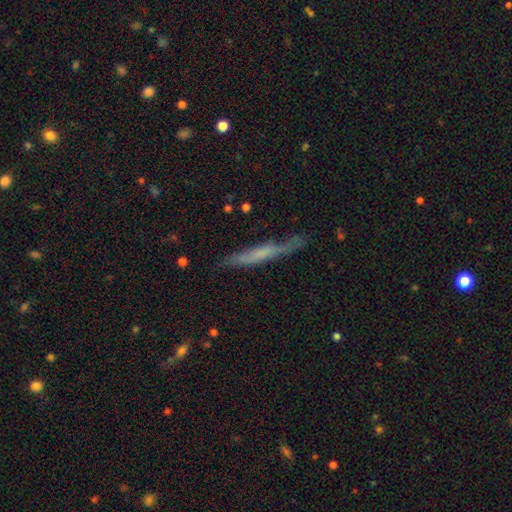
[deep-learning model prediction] A featured or disk galaxy (53%) viewed edge-on (90%).

Vote fractions:
- Smooth or featured? featured or disk: 53% / smooth: 38% / star or artifact: 9%
- Edge-on disk? yes: 90% / no: 10%
- Merging? none: 78% / minor disturbance: 16% / major disturbance: 4% / merger: 2%